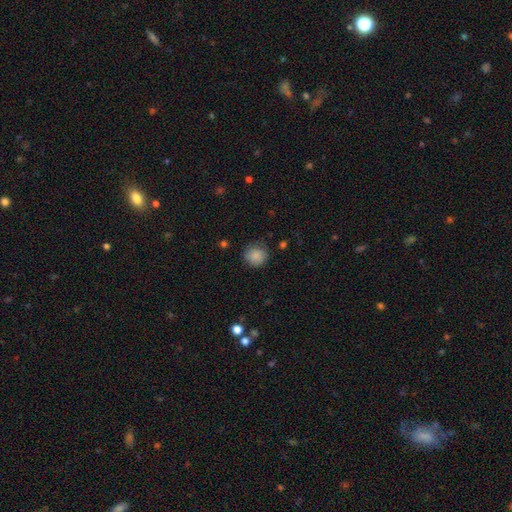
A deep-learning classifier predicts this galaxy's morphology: This is clearly a smooth galaxy (87%). How rounded: clearly round (87%). Merging: likely none (77%).